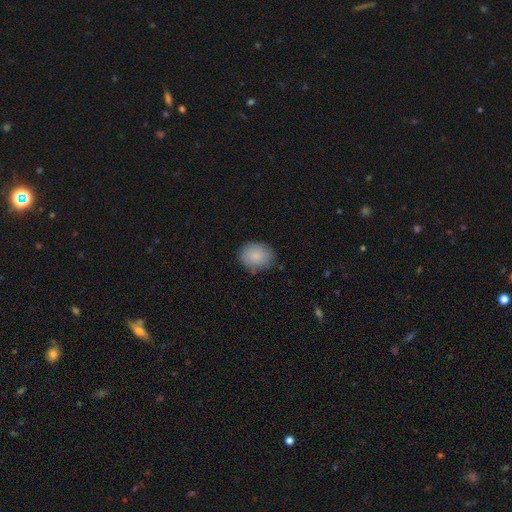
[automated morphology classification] Overall: smooth (86%). How rounded: round (53%; in between 46%). Merging: none (80%).